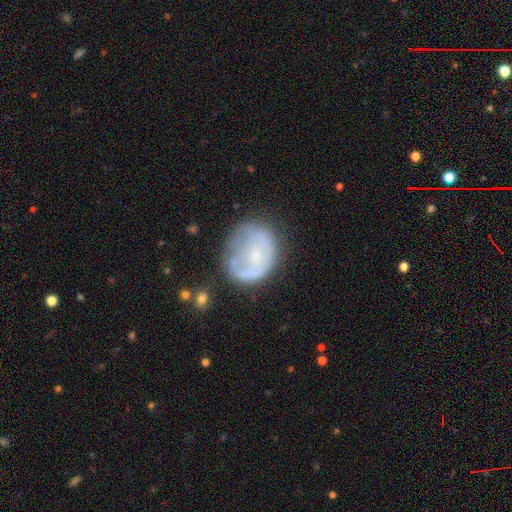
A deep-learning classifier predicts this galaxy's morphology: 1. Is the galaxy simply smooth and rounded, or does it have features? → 46% featured or disk, 45% smooth, 9% star or artifact.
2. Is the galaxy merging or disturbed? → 48% none, 27% minor disturbance, 21% major disturbance, 4% merger.